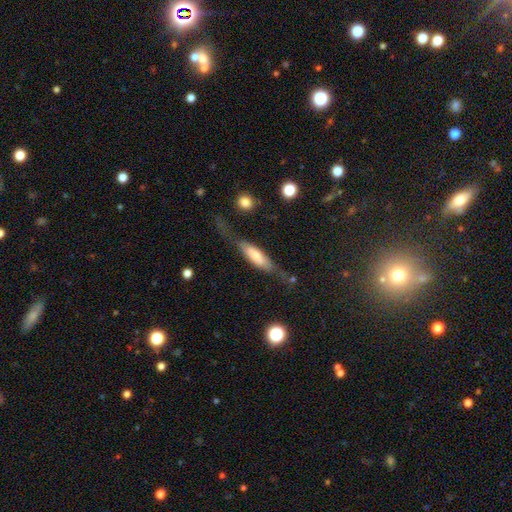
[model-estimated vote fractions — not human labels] This appears to be a smooth galaxy with no disk features (49%). Merging: none (55%).